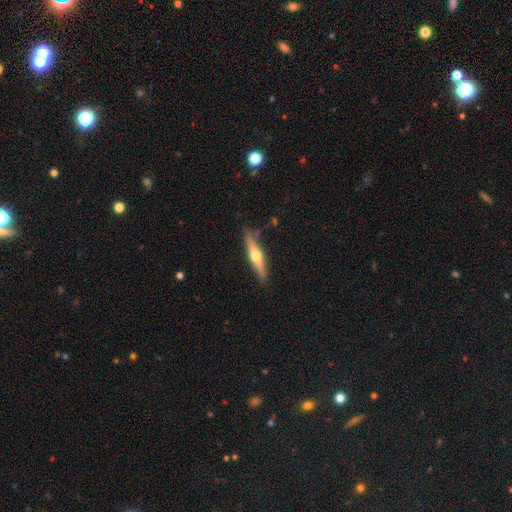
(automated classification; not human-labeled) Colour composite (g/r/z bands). It shows a featured or disk galaxy (58%) viewed edge-on (95%) with a rounded central bulge (94%). Merging: none (86%).